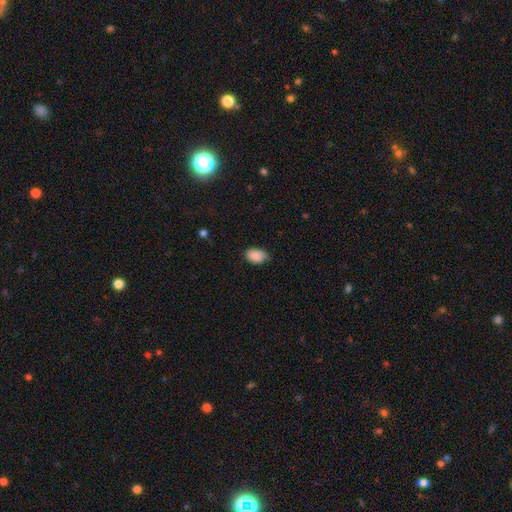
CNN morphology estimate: Q: Smooth or featured?
A: smooth (88%); runner-up: star or artifact (7%)
Q: How rounded?
A: in between (90%); runner-up: round (9%)
Q: Merging?
A: none (72%); runner-up: minor disturbance (24%)